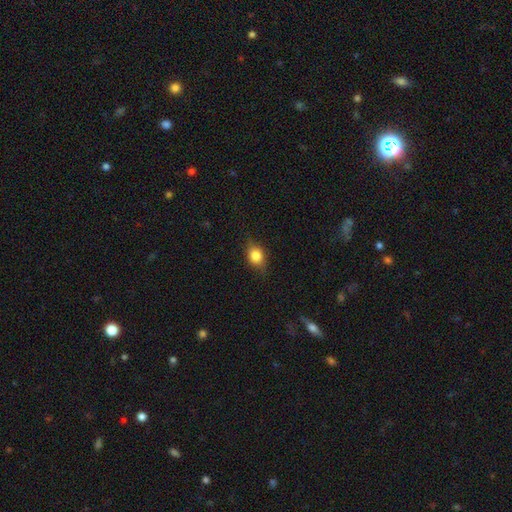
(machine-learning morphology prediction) Overall: smooth (80%). How rounded: in between (53%; round 44%). Merging: none (78%).